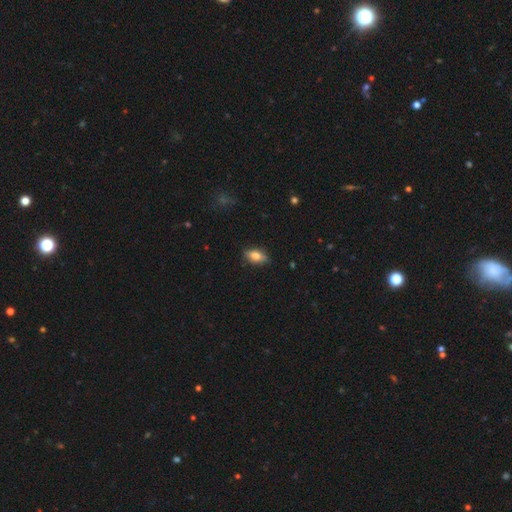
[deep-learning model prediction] smooth-or-featured: smooth: 74% | featured or disk: 18% | star or artifact: 8%
  how-rounded: in between: 85% | cigar-shaped: 9% | round: 6%
  merging: none: 82% | minor disturbance: 14% | major disturbance: 2% | merger: 1%